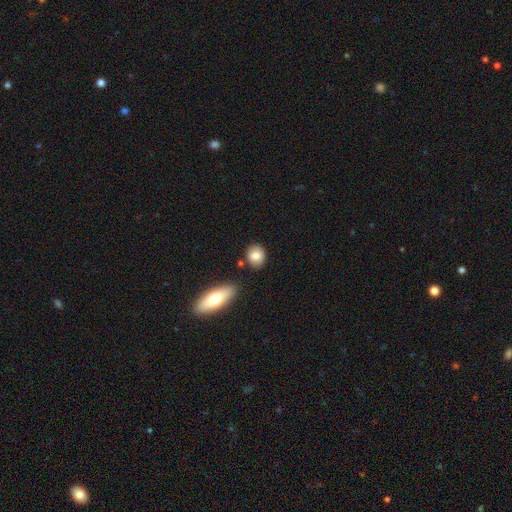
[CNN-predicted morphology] Smooth or featured? smooth (82%)
How rounded? round (61%)
Merging? none (80%)